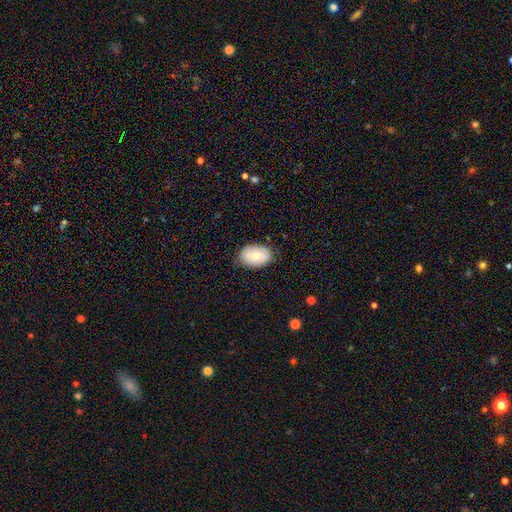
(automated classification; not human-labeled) Overall: smooth (70%). How rounded: in between (88%). Merging: none (79%).